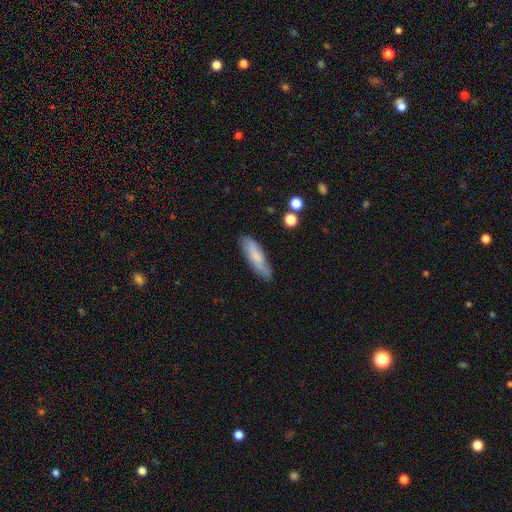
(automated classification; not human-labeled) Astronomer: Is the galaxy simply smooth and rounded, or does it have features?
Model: smooth — 67%.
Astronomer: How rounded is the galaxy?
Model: cigar-shaped — 59% (runner-up: in between, 40%).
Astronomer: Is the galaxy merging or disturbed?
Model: none — 75%.